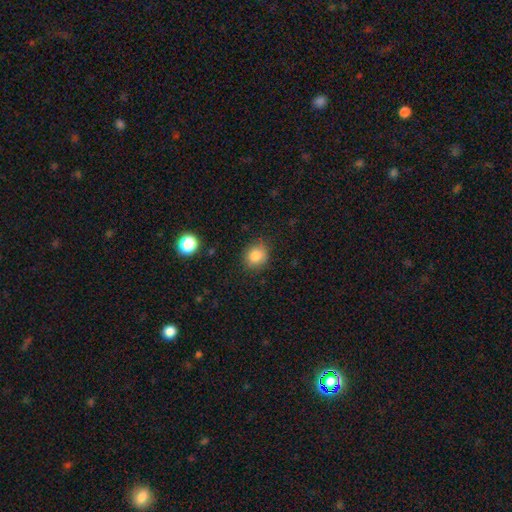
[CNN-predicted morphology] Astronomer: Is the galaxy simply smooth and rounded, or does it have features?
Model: smooth — 84%.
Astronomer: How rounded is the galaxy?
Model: round — 72%.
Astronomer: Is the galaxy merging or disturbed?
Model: none — 83%.